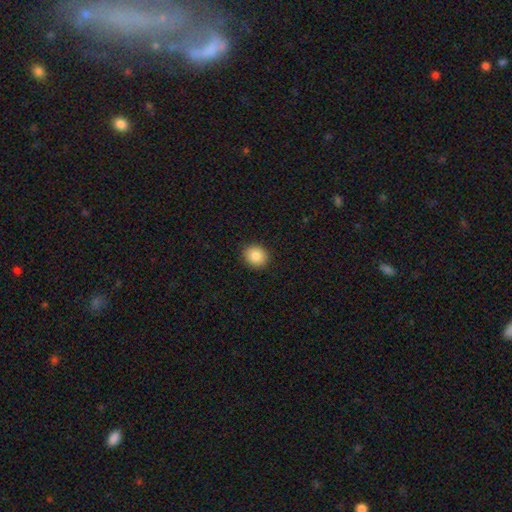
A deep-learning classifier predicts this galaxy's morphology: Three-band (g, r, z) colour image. It shows a smooth galaxy with no disk features (85%) that is round (75%). Merging: none (91%).